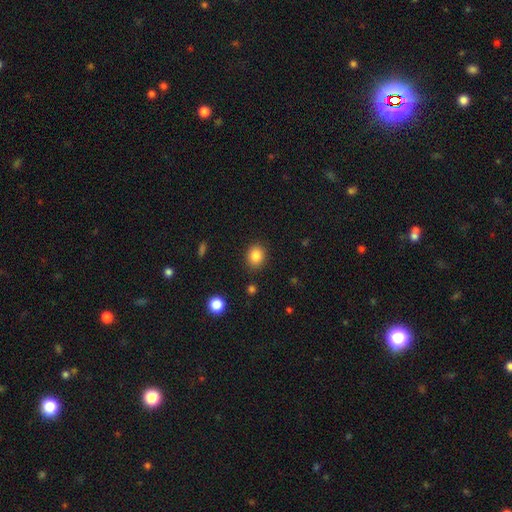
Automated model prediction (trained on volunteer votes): Overall: smooth (85%). How rounded: round (64%; in between 35%). Merging: none (87%).